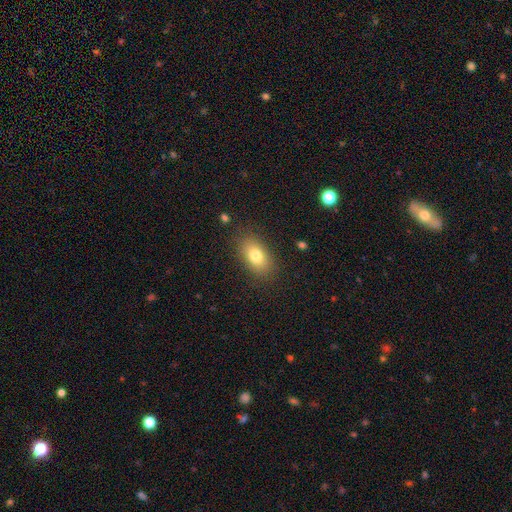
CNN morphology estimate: A smooth galaxy with no disk features (79%) that is in between round and cigar-shaped (88%). Merging: none (84%).